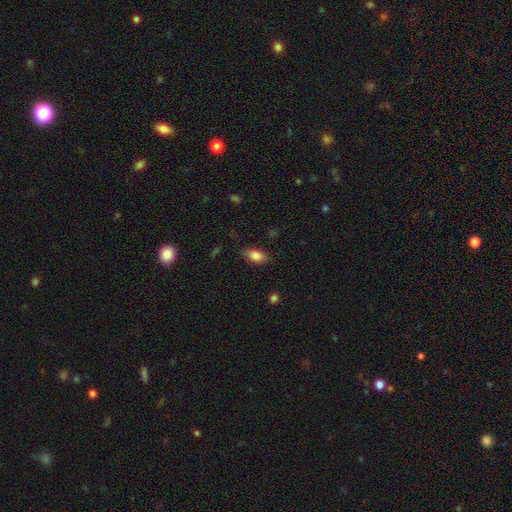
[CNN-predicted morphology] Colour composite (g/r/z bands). It shows a smooth galaxy with no disk features (84%) that is in between round and cigar-shaped (88%). Merging: none (79%).